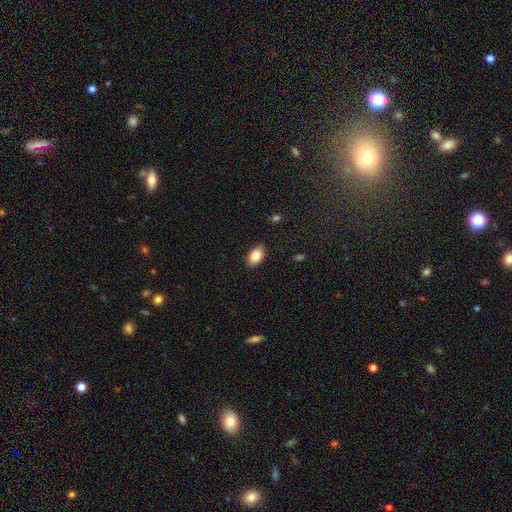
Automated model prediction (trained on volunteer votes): Smooth or featured? smooth (85%)
How rounded? in between (89%)
Merging? none (85%)